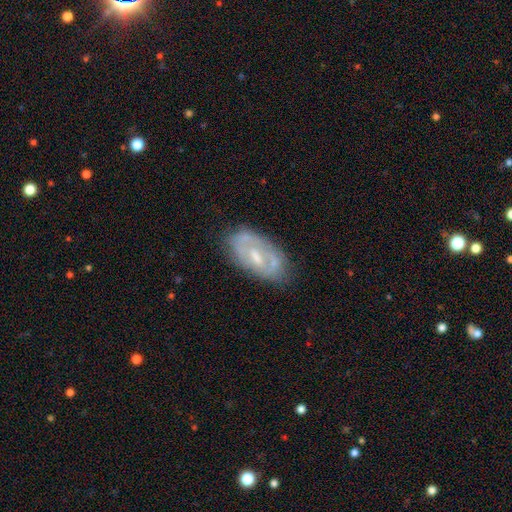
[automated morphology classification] Smooth or featured? featured or disk (65%)
Edge-on disk? no (93%)
Bar? weak (44%)
Spiral arms? yes (51%)
Bulge size? moderate (46%)
Merging? none (68%)